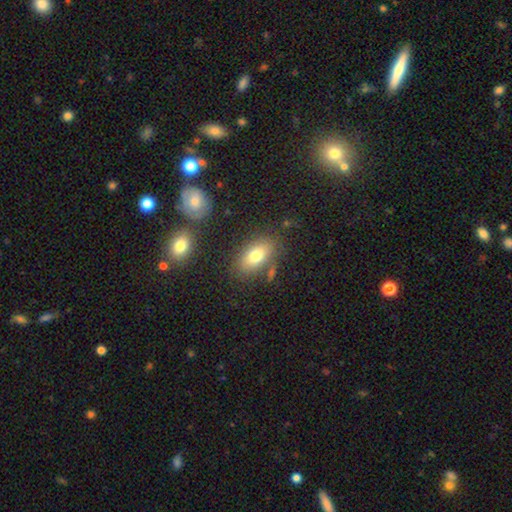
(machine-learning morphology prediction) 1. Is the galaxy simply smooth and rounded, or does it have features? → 76% smooth, 15% featured or disk, 9% star or artifact.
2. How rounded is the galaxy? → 89% in between, 8% round, 3% cigar-shaped.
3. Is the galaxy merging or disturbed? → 77% none, 13% minor disturbance, 6% merger, 4% major disturbance.